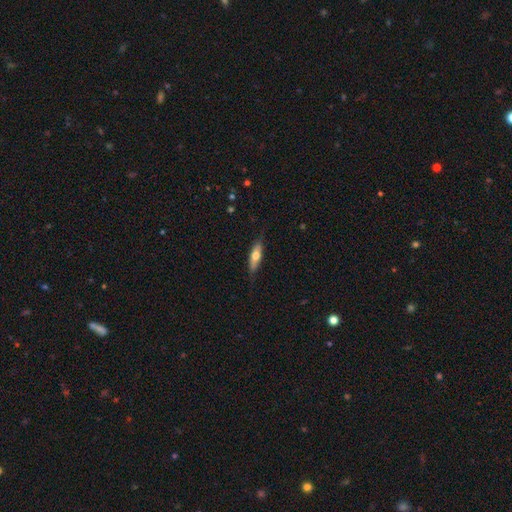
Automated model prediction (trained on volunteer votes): A smooth galaxy with no disk features (59%) that is cigar-shaped (60%). Merging: none (81%).